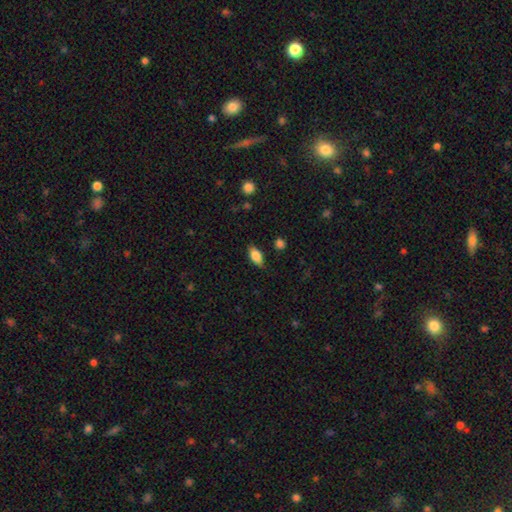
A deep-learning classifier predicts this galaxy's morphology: smooth_or_featured: smooth (p=0.80) [alt: featured or disk p=0.13]
how_rounded: in between (p=0.88) [alt: cigar-shaped p=0.08]
merging: none (p=0.80) [alt: minor disturbance p=0.16]